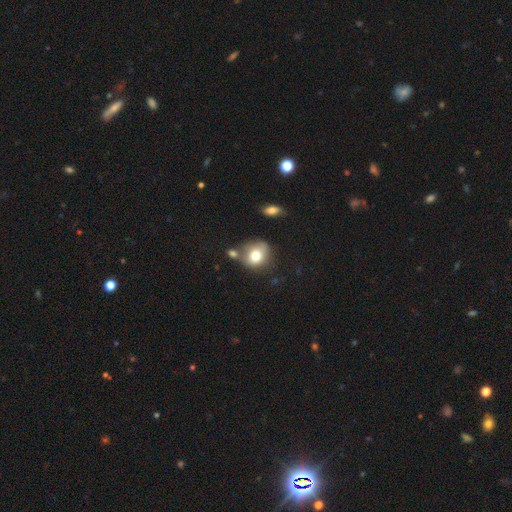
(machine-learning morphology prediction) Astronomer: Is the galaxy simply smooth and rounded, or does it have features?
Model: smooth — 75%.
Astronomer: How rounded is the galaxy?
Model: round — 71%.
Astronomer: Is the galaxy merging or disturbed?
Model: none — 51%.